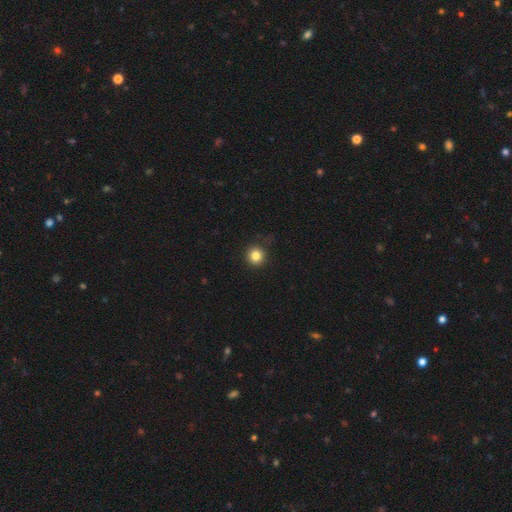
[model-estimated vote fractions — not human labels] A smooth galaxy with no disk features (83%) that is round (94%). Merging: none (88%).